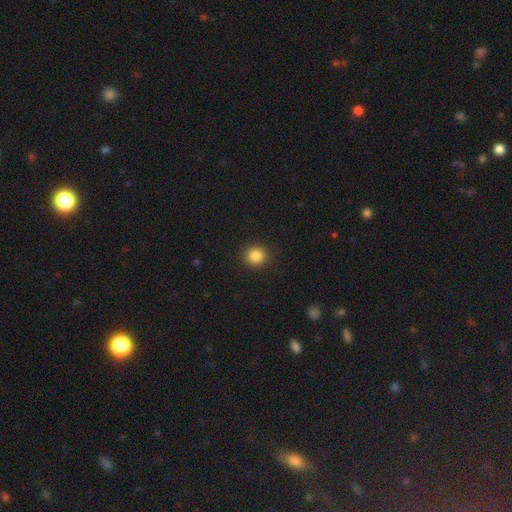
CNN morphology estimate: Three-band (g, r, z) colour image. It shows a smooth galaxy with no disk features (86%) that is round (92%). Merging: none (92%).